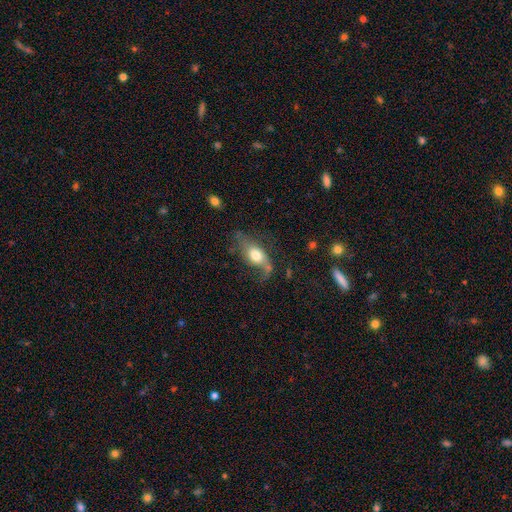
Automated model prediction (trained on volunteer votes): Smooth or featured? Predicted: smooth (p=0.50). Merging? Predicted: none (p=0.42).